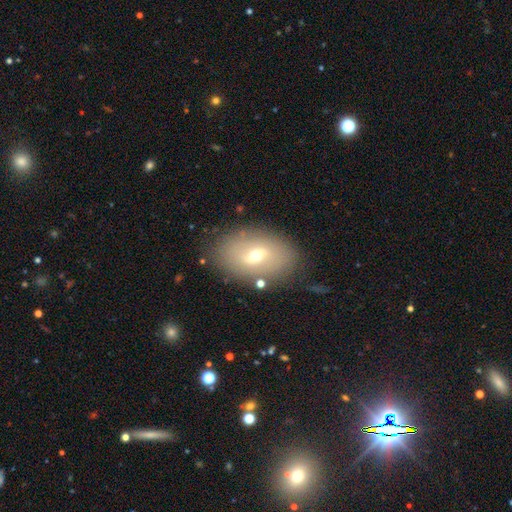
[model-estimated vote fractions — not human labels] Smooth or featured: featured or disk — 46% (smooth — 45%)
Merging: none — 81% (minor disturbance — 12%)